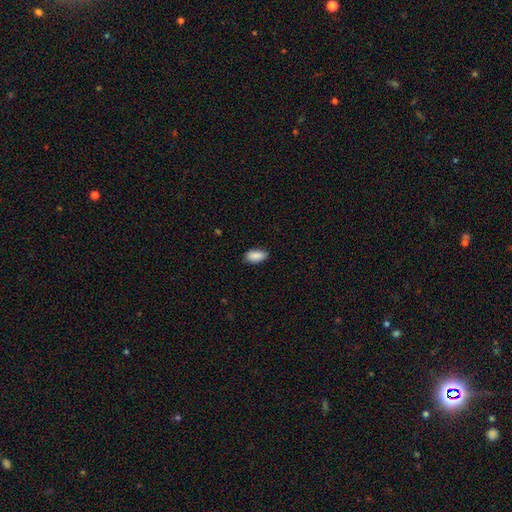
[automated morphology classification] Smooth or featured?
  - smooth: 90% *
  - star or artifact: 7%
  - featured or disk: 4%
How rounded?
  - in between: 93% *
  - cigar-shaped: 4%
  - round: 3%
Merging?
  - none: 86% *
  - minor disturbance: 11%
  - major disturbance: 2%
  - merger: 1%